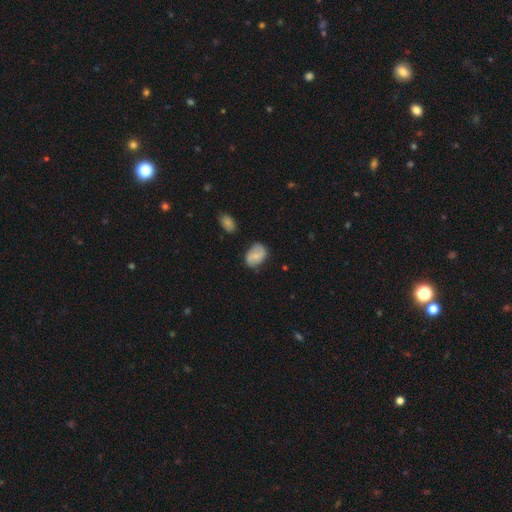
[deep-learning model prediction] This is possibly a smooth galaxy (57%). How rounded: likely in between (80%). Merging: likely none (68%).